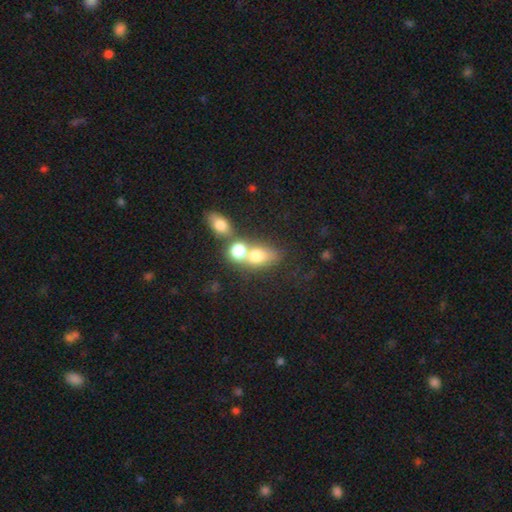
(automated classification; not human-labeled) The model was most divided on "how rounded": in between: 56%, round: 40%, cigar-shaped: 3%. More confident: smooth or featured — smooth (70%); merging — merger (61%).